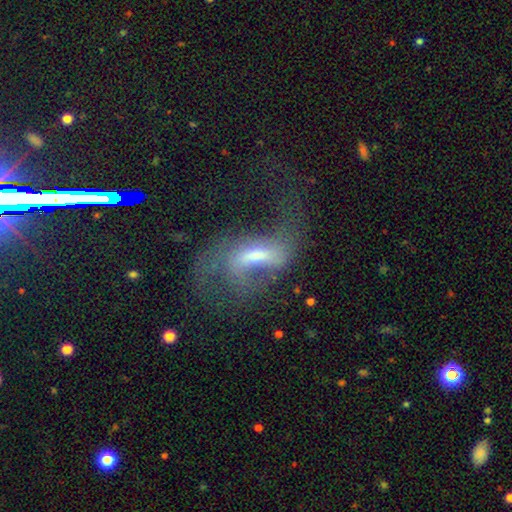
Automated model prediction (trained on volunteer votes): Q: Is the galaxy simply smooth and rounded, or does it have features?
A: featured or disk — 71%.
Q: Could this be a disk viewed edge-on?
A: no — 91%.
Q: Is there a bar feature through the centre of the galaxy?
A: weak — 47%.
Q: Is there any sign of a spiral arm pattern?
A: yes — 83%.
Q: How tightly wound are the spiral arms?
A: loose — 72%.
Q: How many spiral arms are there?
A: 2 — 75%.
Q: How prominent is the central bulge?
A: moderate — 46%.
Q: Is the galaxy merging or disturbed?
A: none — 40%.